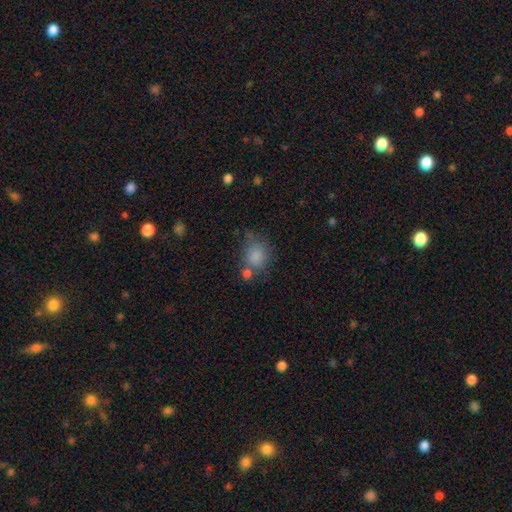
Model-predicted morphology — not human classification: Smooth or featured? Predicted: smooth (p=0.82). How rounded? Predicted: round (p=0.62). Merging? Predicted: none (p=0.52).